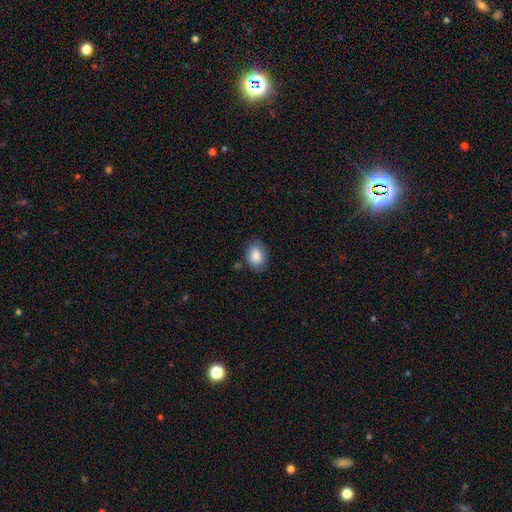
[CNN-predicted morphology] This appears to be a smooth galaxy with no disk features (85%) that is in between round and cigar-shaped (74%). Merging: none (81%).